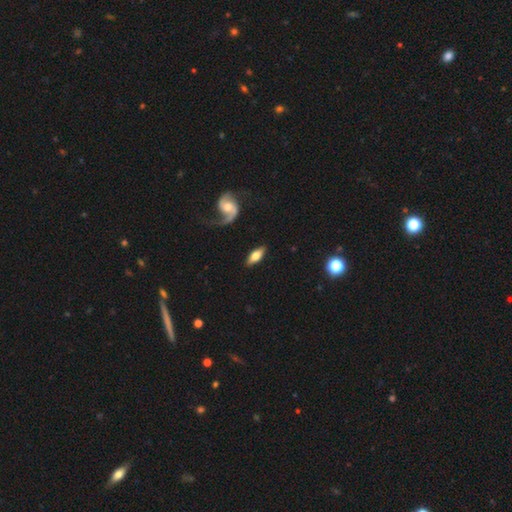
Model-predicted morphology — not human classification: The model was most divided on "smooth or featured": smooth: 51%, featured or disk: 44%, star or artifact: 5%. More confident: merging — none (83%); how rounded — in between (74%).